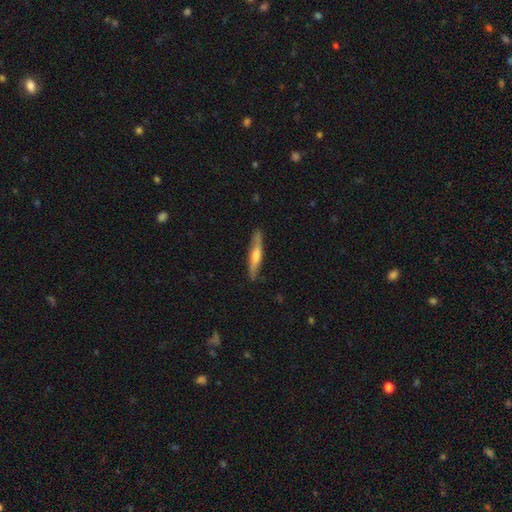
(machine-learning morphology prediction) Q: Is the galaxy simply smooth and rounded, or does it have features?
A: featured or disk — 56%.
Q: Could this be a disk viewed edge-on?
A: yes — 89%.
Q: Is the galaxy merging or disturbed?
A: none — 86%.